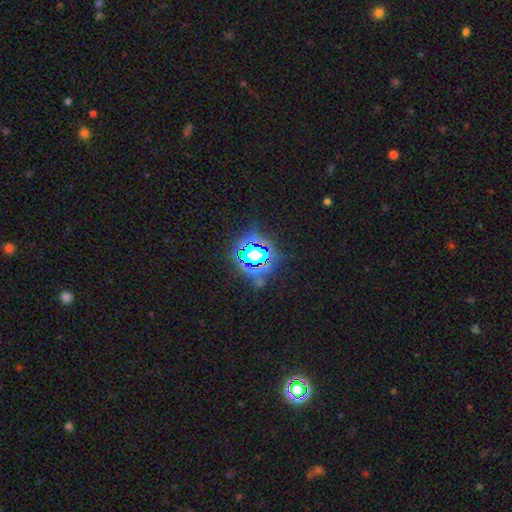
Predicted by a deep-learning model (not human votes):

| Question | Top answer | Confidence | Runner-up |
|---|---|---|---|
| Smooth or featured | star or artifact | 64% | smooth (23%) |